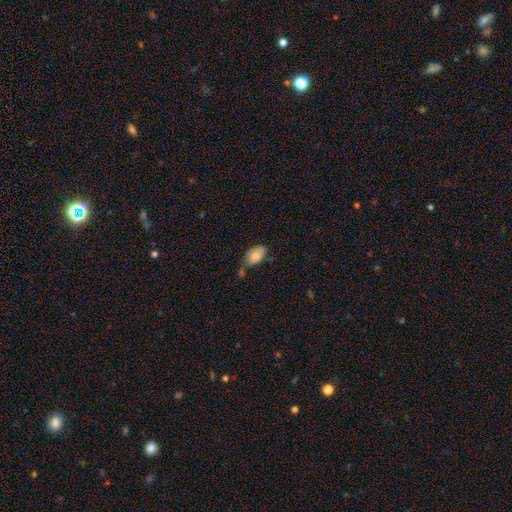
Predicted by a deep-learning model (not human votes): Smooth or featured? smooth (80%)
How rounded? in between (92%)
Merging? none (54%)